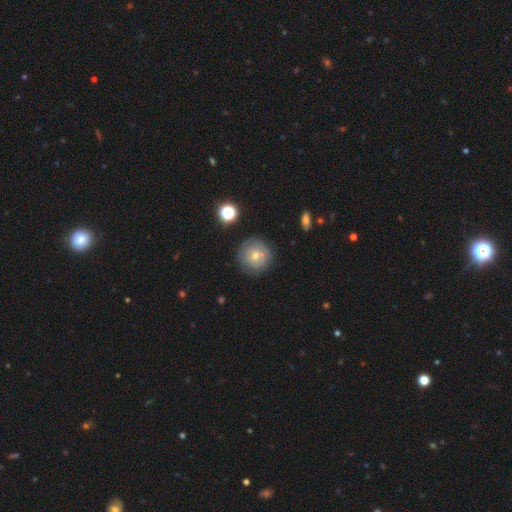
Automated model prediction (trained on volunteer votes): Smooth or featured? Predicted: smooth (p=0.56). How rounded? Predicted: round (p=0.94). Merging? Predicted: none (p=0.77).